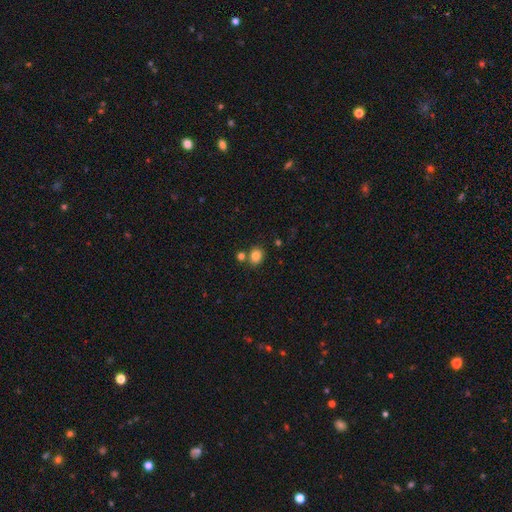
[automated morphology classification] smooth-or-featured: smooth: 83% | star or artifact: 11% | featured or disk: 6%
  how-rounded: round: 66% | in between: 33% | cigar-shaped: 1%
  merging: none: 72% | merger: 16% | minor disturbance: 9% | major disturbance: 3%